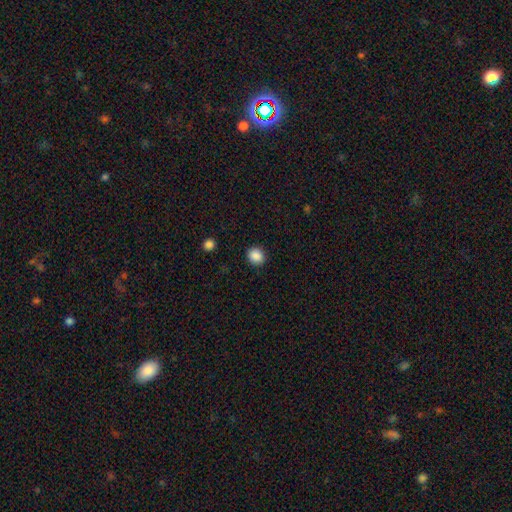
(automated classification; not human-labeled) smooth-or-featured: smooth: 88% | star or artifact: 9% | featured or disk: 3%
  how-rounded: round: 71% | in between: 28% | cigar-shaped: 1%
  merging: none: 89% | minor disturbance: 7% | major disturbance: 2% | merger: 1%